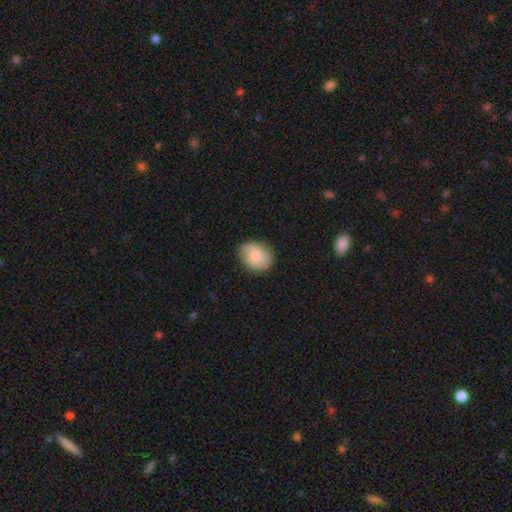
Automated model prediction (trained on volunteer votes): This appears to be a smooth galaxy with no disk features (74%) that is round (50%). Merging: none (75%).